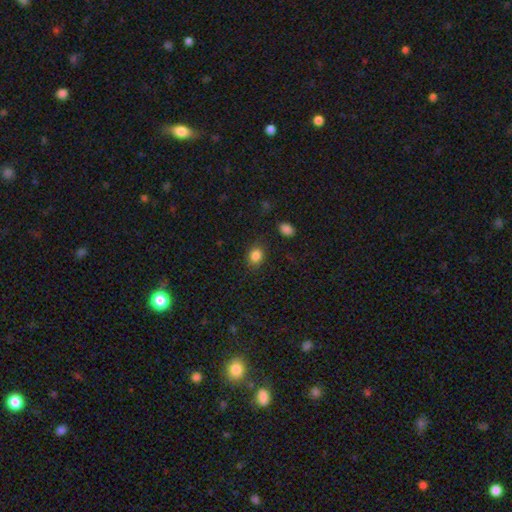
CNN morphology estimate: Smooth or featured?
  - smooth: 84% *
  - star or artifact: 11%
  - featured or disk: 5%
How rounded?
  - round: 52% *
  - in between: 47%
  - cigar-shaped: 1%
Merging?
  - none: 84% *
  - minor disturbance: 11%
  - major disturbance: 3%
  - merger: 2%